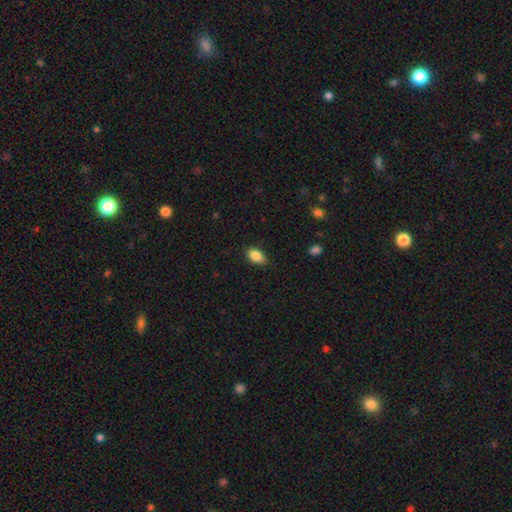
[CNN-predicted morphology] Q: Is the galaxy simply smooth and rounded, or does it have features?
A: smooth — 86%.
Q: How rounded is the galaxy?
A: in between — 89%.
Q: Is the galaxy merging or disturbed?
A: none — 84%.